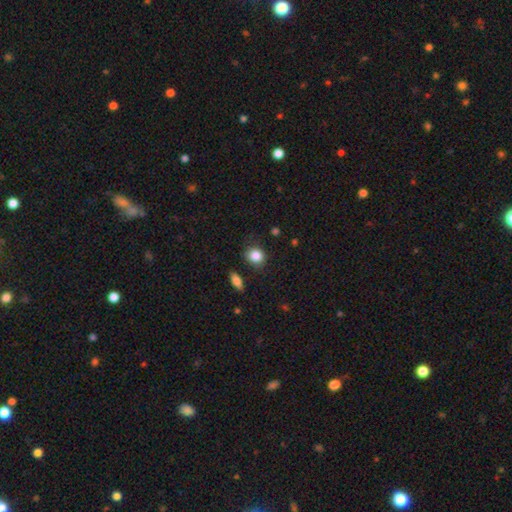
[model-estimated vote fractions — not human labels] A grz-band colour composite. It shows a smooth galaxy with no disk features (85%) that is round (71%). Merging: none (77%).